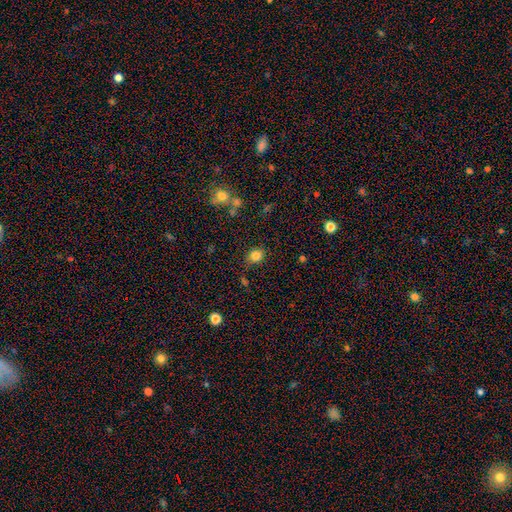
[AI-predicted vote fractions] Smooth or featured: smooth — 82% (star or artifact — 12%)
How rounded: round — 66% (in between — 33%)
Merging: none — 78% (minor disturbance — 15%)